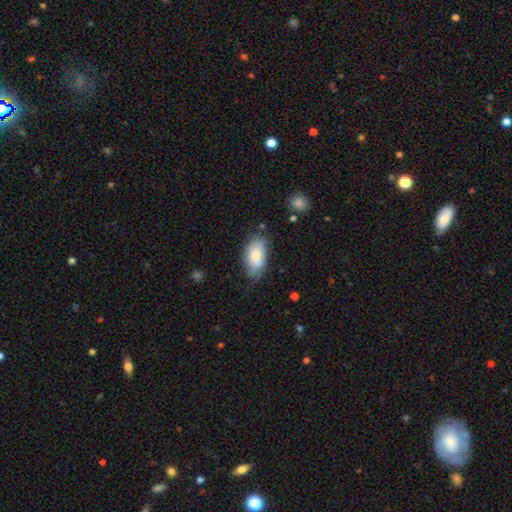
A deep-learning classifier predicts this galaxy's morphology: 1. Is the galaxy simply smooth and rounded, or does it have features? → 69% smooth, 24% featured or disk, 7% star or artifact.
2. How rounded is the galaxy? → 93% in between, 4% round, 3% cigar-shaped.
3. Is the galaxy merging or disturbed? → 60% none, 29% minor disturbance, 8% major disturbance, 3% merger.